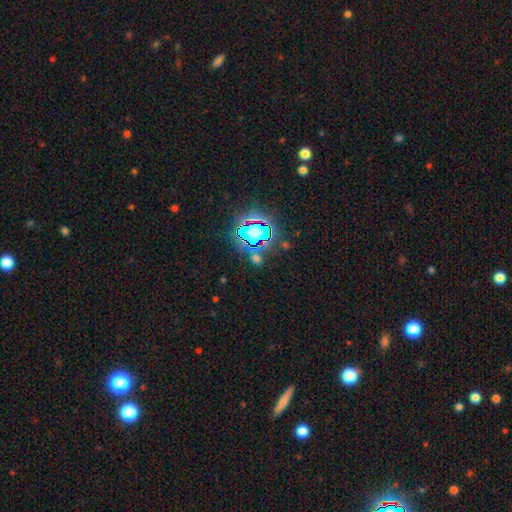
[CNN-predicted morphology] A star or artifact, not a galaxy (72%).